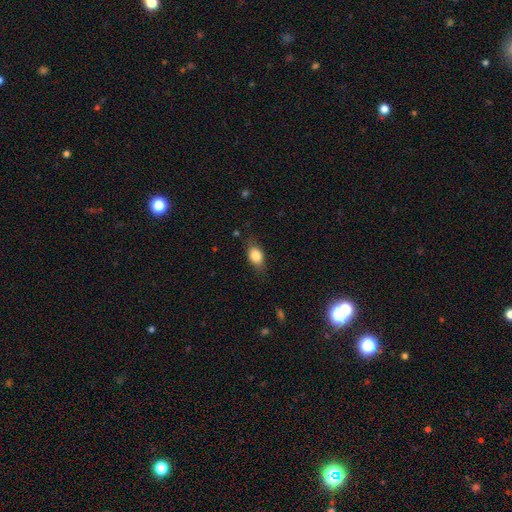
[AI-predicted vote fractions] Overall: smooth (82%). How rounded: in between (78%). Merging: none (73%).